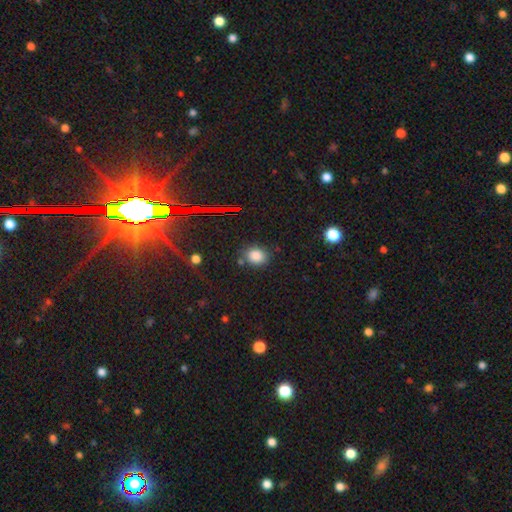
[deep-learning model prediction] Q: Smooth or featured?
A: smooth (83%); runner-up: star or artifact (12%)
Q: How rounded?
A: round (64%); runner-up: in between (34%)
Q: Merging?
A: none (76%); runner-up: minor disturbance (15%)